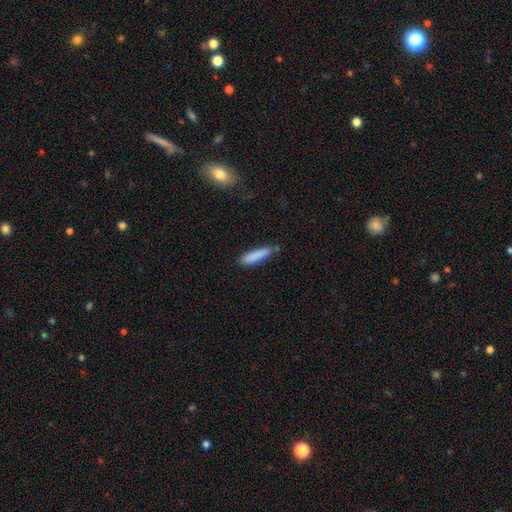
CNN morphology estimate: smooth-or-featured: smooth: 86% | featured or disk: 7% | star or artifact: 6%
  how-rounded: cigar-shaped: 81% | in between: 18% | round: 1%
  merging: none: 77% | minor disturbance: 17% | merger: 3% | major disturbance: 3%